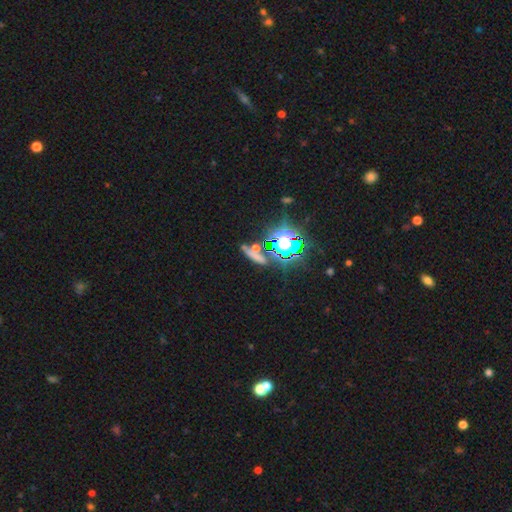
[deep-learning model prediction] Q: Smooth or featured?
A: star or artifact (42%); runner-up: smooth (38%)